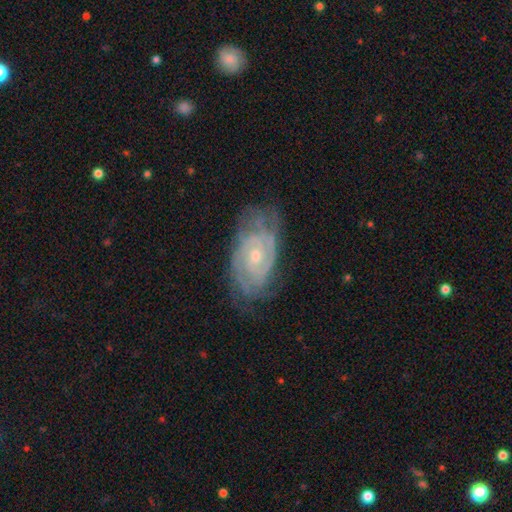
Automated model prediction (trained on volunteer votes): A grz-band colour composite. It shows a featured or disk galaxy (86%) with no bar (68%), 2 (34%) tight (70%) spiral arms (95%) and a small central bulge (60%). Merging: none (68%).